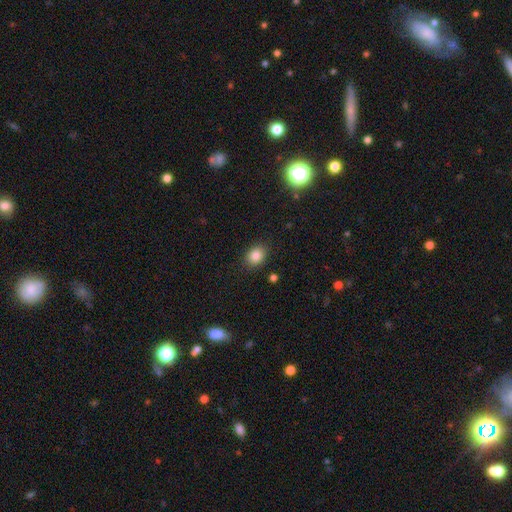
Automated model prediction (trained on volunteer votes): smooth_or_featured: smooth (p=0.84) [alt: star or artifact p=0.10]
how_rounded: in between (p=0.54) [alt: round p=0.45]
merging: none (p=0.87) [alt: minor disturbance p=0.09]